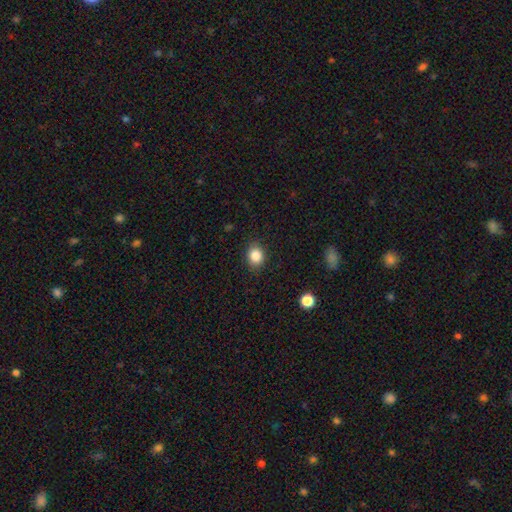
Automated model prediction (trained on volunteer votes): The model was most divided on "how rounded": round: 57%, in between: 42%, cigar-shaped: 1%. More confident: merging — none (86%); smooth or featured — smooth (86%).